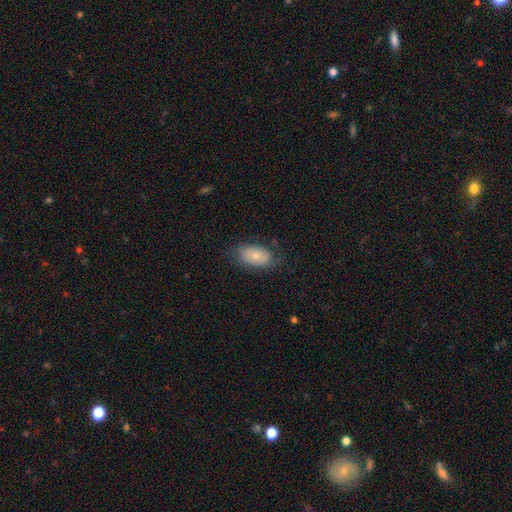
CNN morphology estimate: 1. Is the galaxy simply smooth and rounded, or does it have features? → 72% smooth, 21% featured or disk, 8% star or artifact.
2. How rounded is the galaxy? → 92% in between, 6% round, 2% cigar-shaped.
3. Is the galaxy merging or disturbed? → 69% none, 22% minor disturbance, 8% major disturbance, 1% merger.